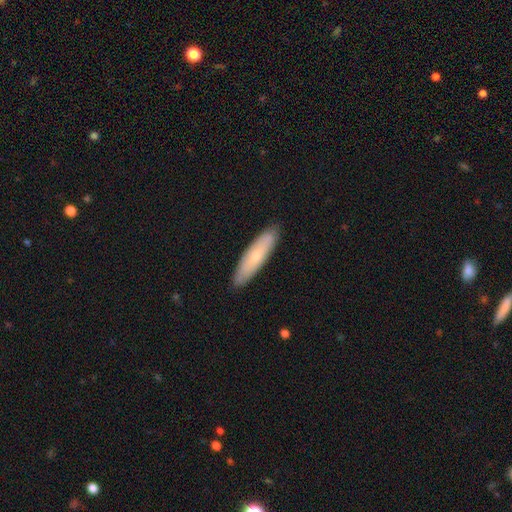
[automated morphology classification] A smooth galaxy with no disk features (61%) that is cigar-shaped (71%).

Vote fractions:
- Smooth or featured? smooth: 61% / featured or disk: 33% / star or artifact: 6%
- How rounded? cigar-shaped: 71% / in between: 27% / round: 2%
- Merging? none: 88% / minor disturbance: 9% / major disturbance: 2% / merger: 1%